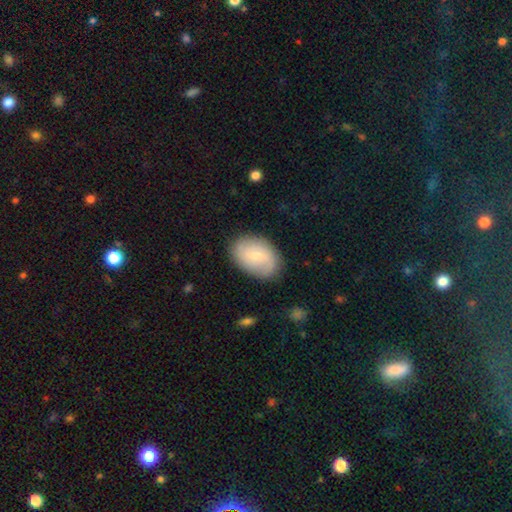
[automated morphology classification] The model was most divided on "smooth or featured": smooth: 56%, featured or disk: 37%, star or artifact: 6%. More confident: how rounded — in between (85%); merging — none (81%).